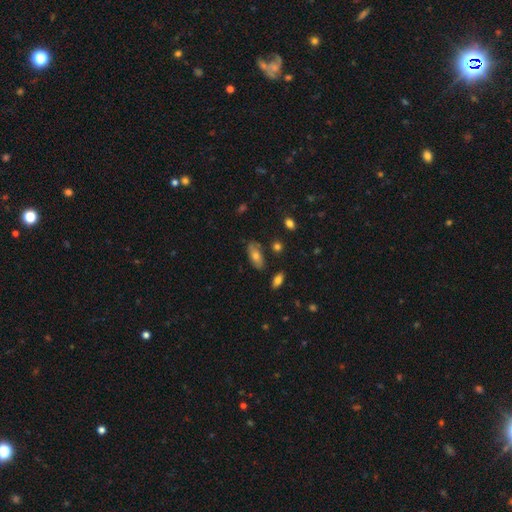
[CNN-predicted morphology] smooth-or-featured: smooth: 66% | featured or disk: 26% | star or artifact: 9%
  how-rounded: in between: 86% | cigar-shaped: 11% | round: 3%
  merging: none: 77% | minor disturbance: 16% | major disturbance: 4% | merger: 3%